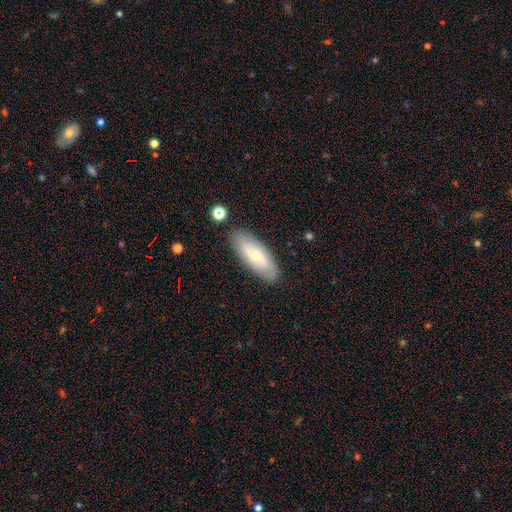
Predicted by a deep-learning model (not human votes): Smooth or featured? smooth (53%)
How rounded? in between (71%)
Merging? none (85%)